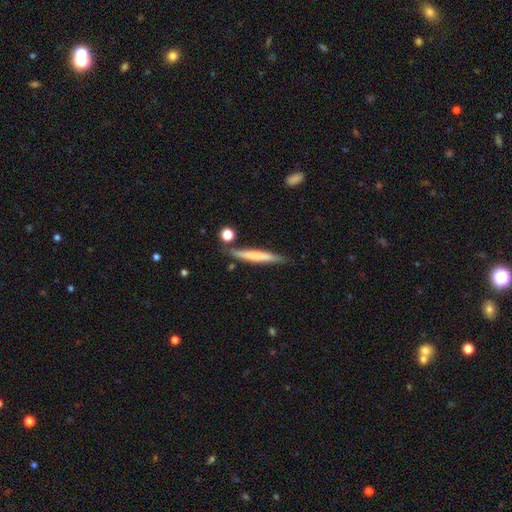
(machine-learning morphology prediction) smooth_or_featured: smooth (p=0.59) [alt: featured or disk p=0.35]
how_rounded: cigar-shaped (p=0.94) [alt: in between p=0.05]
merging: none (p=0.78) [alt: minor disturbance p=0.14]